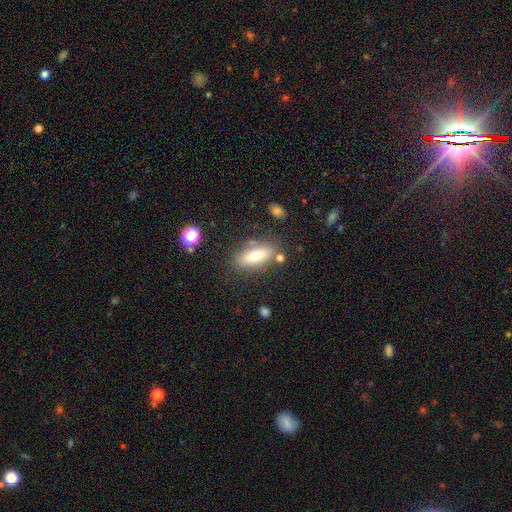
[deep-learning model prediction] Overall: smooth (68%). How rounded: in between (68%; cigar-shaped 29%). Merging: none (77%).